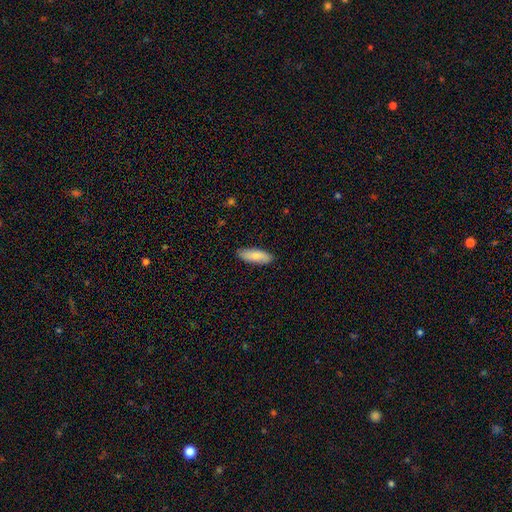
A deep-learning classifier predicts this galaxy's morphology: Smooth or featured?
  - smooth: 82% *
  - featured or disk: 13%
  - star or artifact: 5%
How rounded?
  - in between: 63% *
  - cigar-shaped: 35%
  - round: 2%
Merging?
  - none: 87% *
  - minor disturbance: 10%
  - major disturbance: 2%
  - merger: 1%